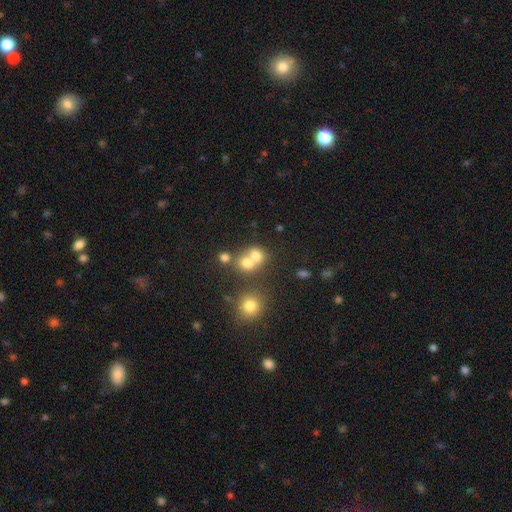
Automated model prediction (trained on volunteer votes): Smooth or featured?
  - smooth: 70% *
  - featured or disk: 16%
  - star or artifact: 15%
How rounded?
  - round: 65% *
  - in between: 33%
  - cigar-shaped: 1%
Merging?
  - merger: 56% *
  - none: 33%
  - minor disturbance: 7%
  - major disturbance: 4%